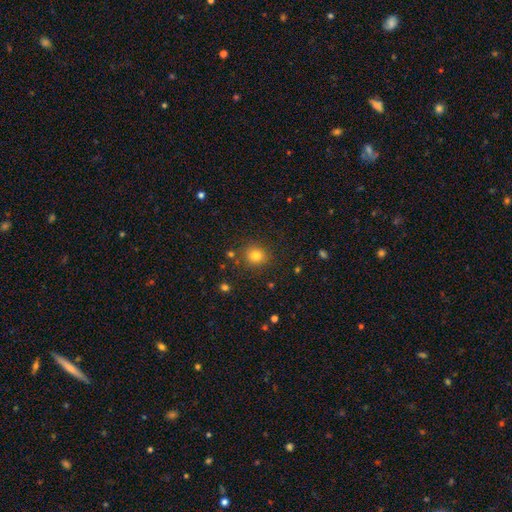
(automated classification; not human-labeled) Morphology: type=smooth (78%); roundness=round (84%); merging=none (85%).